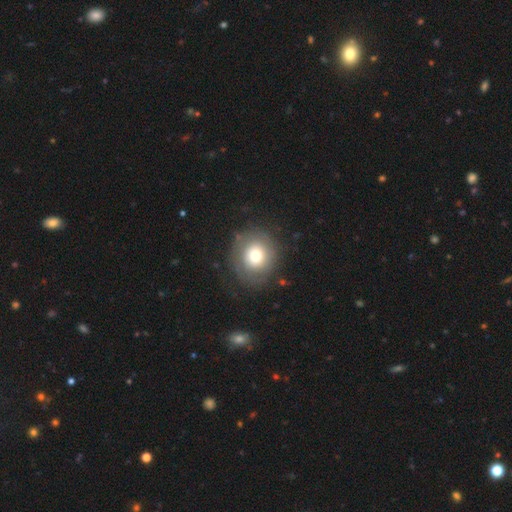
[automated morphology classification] Overall: smooth (66%). How rounded: round (88%). Merging: none (79%).